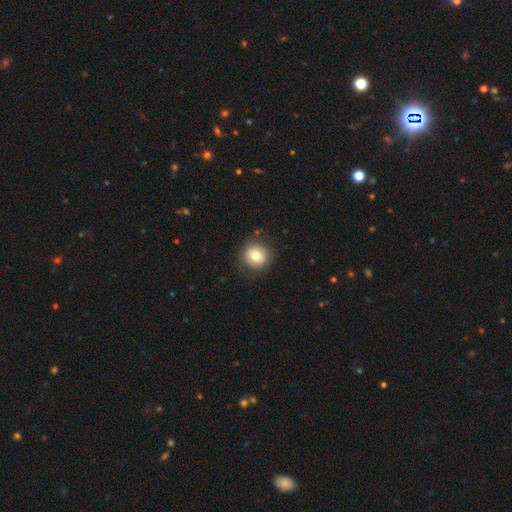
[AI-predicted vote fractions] smooth-or-featured: smooth: 78% | featured or disk: 12% | star or artifact: 10%
  how-rounded: round: 91% | in between: 8% | cigar-shaped: 1%
  merging: none: 87% | minor disturbance: 9% | major disturbance: 3% | merger: 1%